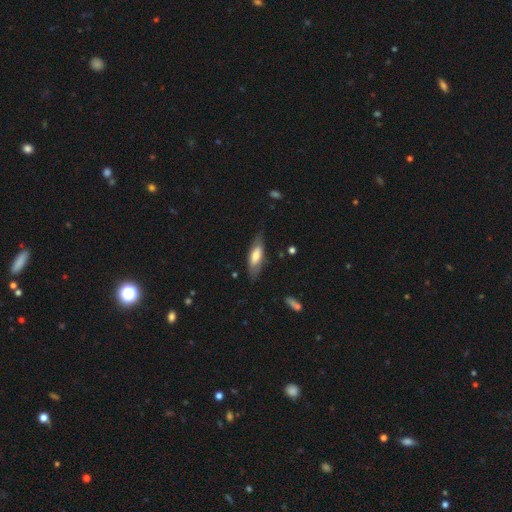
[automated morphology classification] This is possibly a smooth galaxy (60%). How rounded: possibly in between (55%). Merging: likely none (75%).